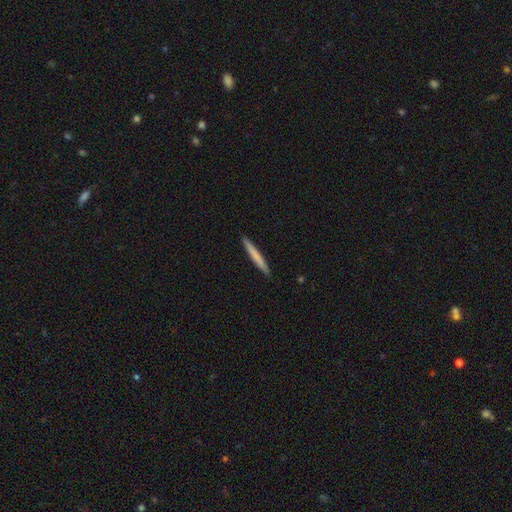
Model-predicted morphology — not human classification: smooth 70%, featured or disk 25%, star or artifact 5%. Down the decision tree: how rounded — cigar-shaped (97%); merging — none (93%).